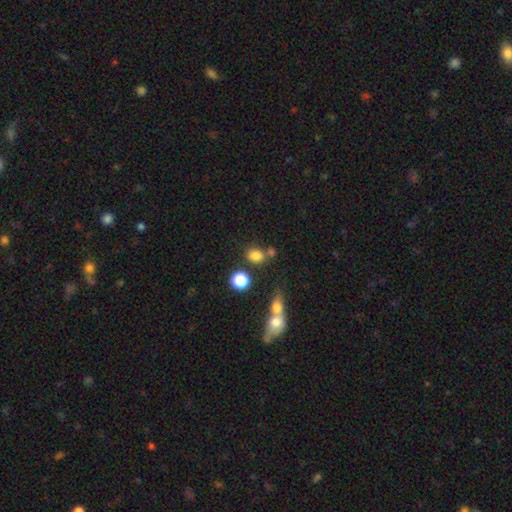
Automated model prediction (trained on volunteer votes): smooth_or_featured: smooth (p=0.79) [alt: star or artifact p=0.14]
how_rounded: round (p=0.52) [alt: in between p=0.46]
merging: none (p=0.58) [alt: merger p=0.24]